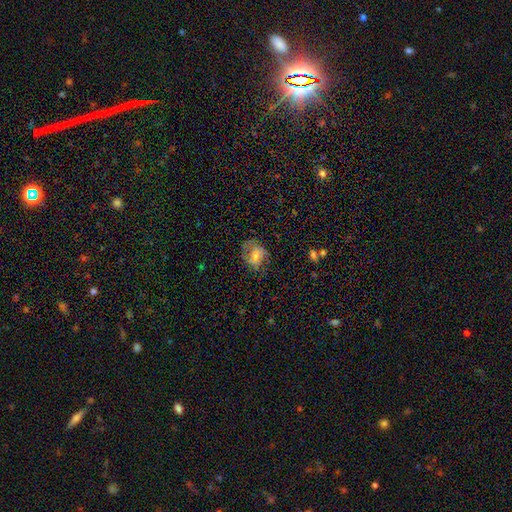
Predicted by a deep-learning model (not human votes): Smooth or featured?
  - featured or disk: 47% *
  - smooth: 40%
  - star or artifact: 13%
Merging?
  - none: 61% *
  - minor disturbance: 23%
  - major disturbance: 14%
  - merger: 2%